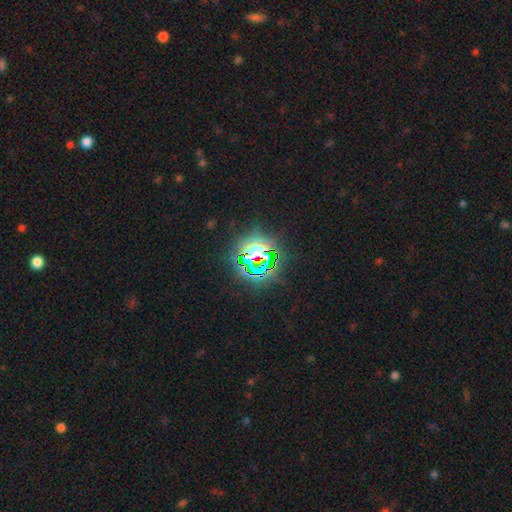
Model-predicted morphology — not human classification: Smooth or featured? star or artifact (80%)